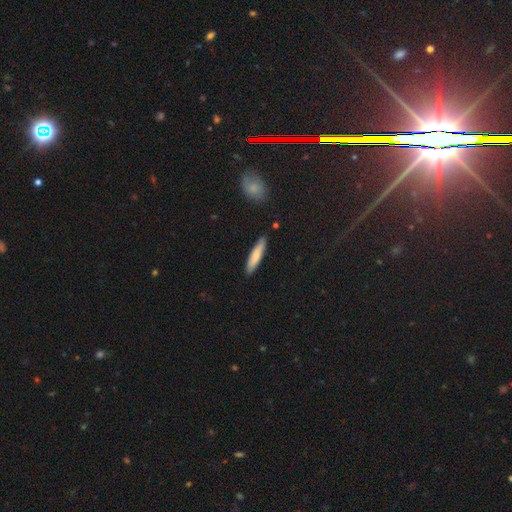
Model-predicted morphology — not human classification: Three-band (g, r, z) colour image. It shows a smooth galaxy with no disk features (77%) that is cigar-shaped (82%). Merging: none (87%).